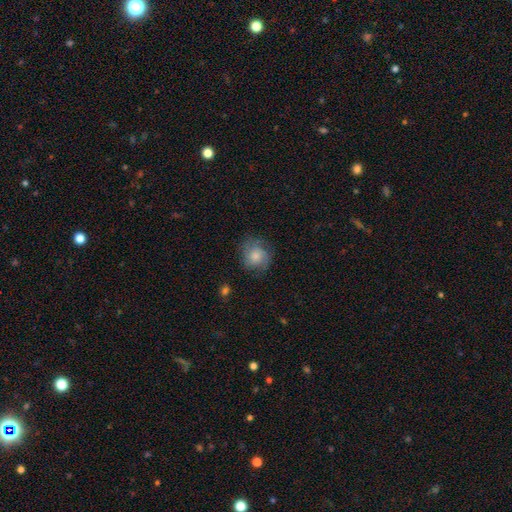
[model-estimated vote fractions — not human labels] A smooth galaxy with no disk features (53%) that is round (78%). Merging: none (71%).